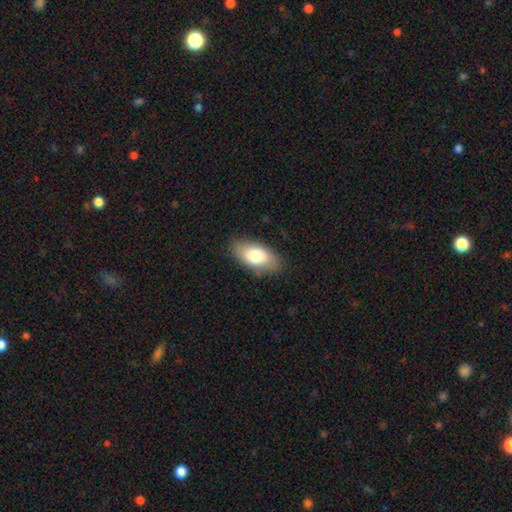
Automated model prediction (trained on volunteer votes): This is likely a smooth galaxy (76%). How rounded: clearly in between (92%). Merging: clearly none (82%).